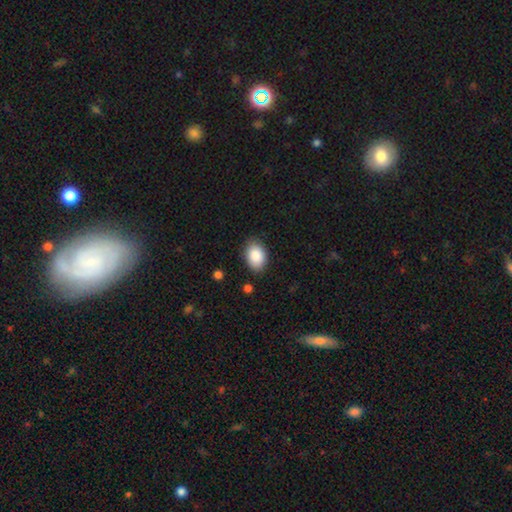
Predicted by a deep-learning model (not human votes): Smooth or featured? smooth (88%)
How rounded? in between (84%)
Merging? none (84%)